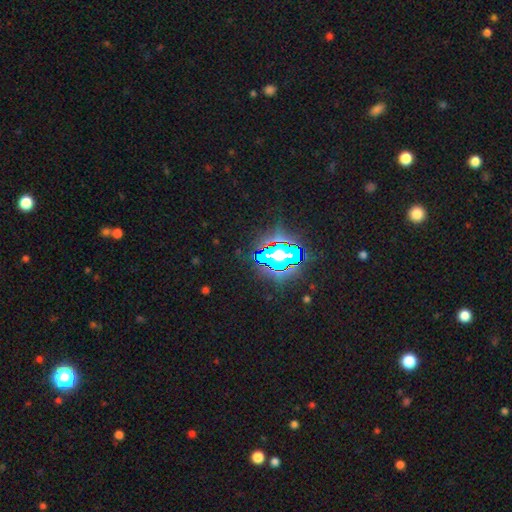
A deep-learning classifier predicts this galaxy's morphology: This appears to be a star or artifact, not a galaxy (73%).